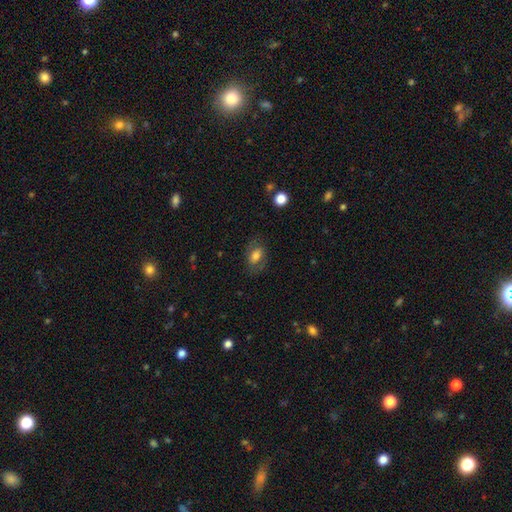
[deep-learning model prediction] Smooth or featured? Predicted: smooth (p=0.67). How rounded? Predicted: in between (p=0.84). Merging? Predicted: none (p=0.73).